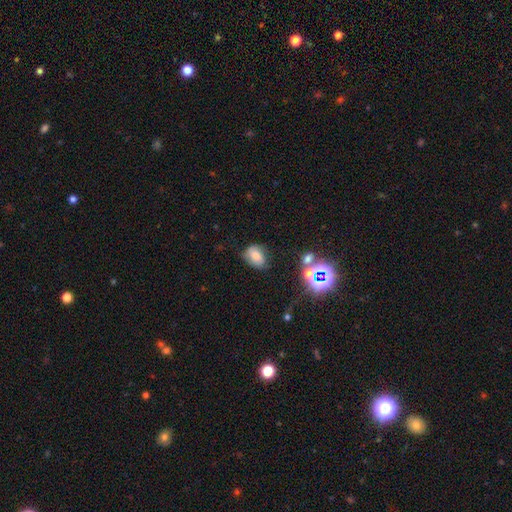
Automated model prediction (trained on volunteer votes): smooth 64%, featured or disk 22%, star or artifact 14%. Down the decision tree: how rounded — in between (76%); merging — none (62%).